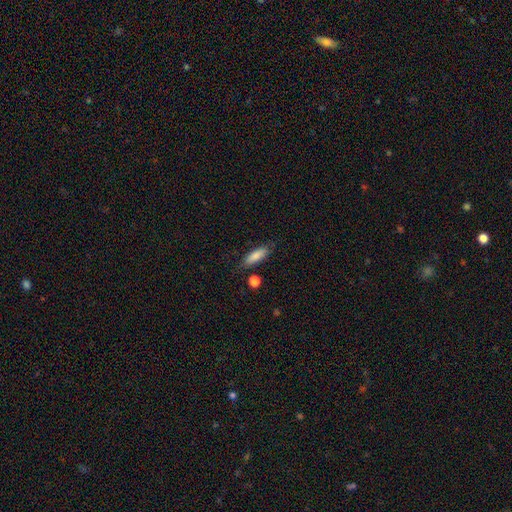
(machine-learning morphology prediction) Smooth or featured? Predicted: smooth (p=0.83). How rounded? Predicted: in between (p=0.51). Merging? Predicted: none (p=0.78).